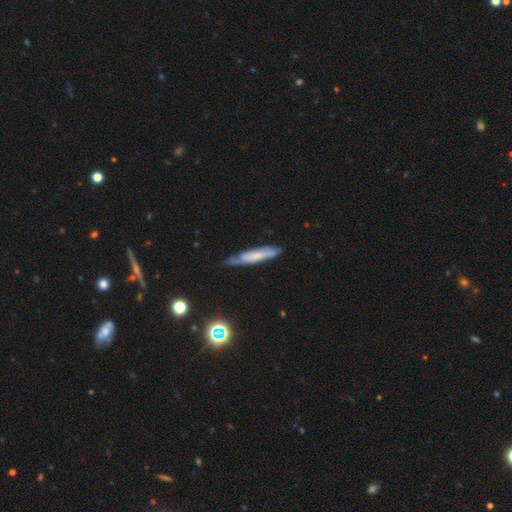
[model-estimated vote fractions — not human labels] Overall: smooth (48%; featured or disk 44%). Merging: none (65%; minor disturbance 26%).